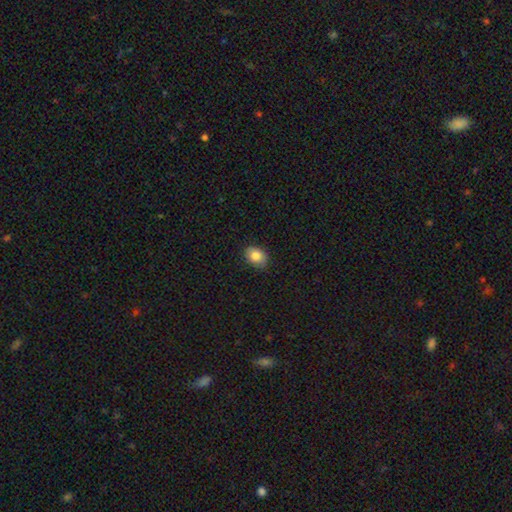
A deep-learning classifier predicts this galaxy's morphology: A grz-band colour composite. It shows a smooth galaxy with no disk features (85%) that is in between round and cigar-shaped (70%). Merging: none (83%).